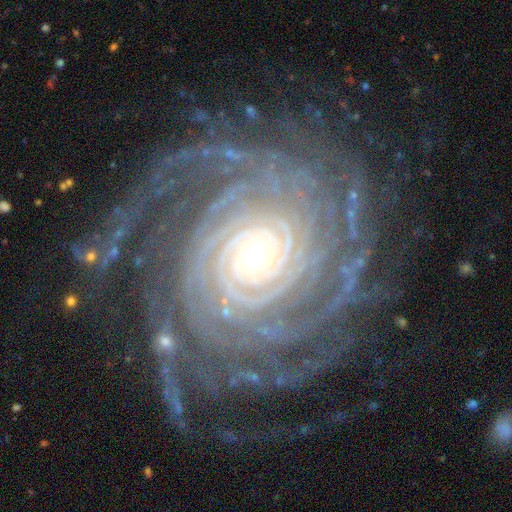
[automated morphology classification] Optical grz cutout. It shows a featured or disk galaxy (93%) with no bar (70%), more than 4 (35%) tight (88%) spiral arms (99%) and a small central bulge (65%). Merging: none (76%).